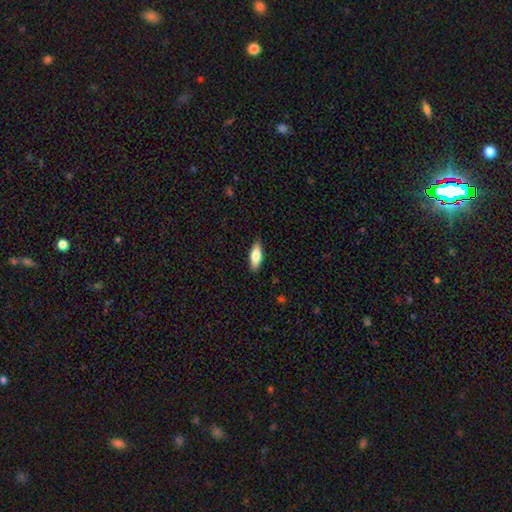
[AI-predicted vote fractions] smooth-or-featured: smooth: 74% | featured or disk: 20% | star or artifact: 6%
  how-rounded: in between: 66% | cigar-shaped: 32% | round: 2%
  merging: none: 87% | minor disturbance: 10% | major disturbance: 2% | merger: 1%